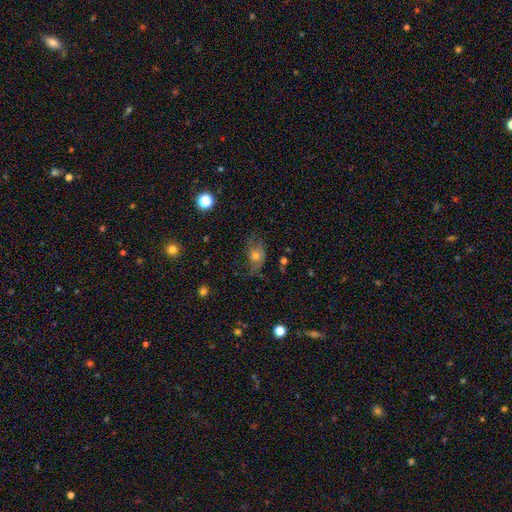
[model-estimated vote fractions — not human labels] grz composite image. It shows a smooth galaxy with no disk features (52%) that is in between round and cigar-shaped (67%). Merging: none (48%).